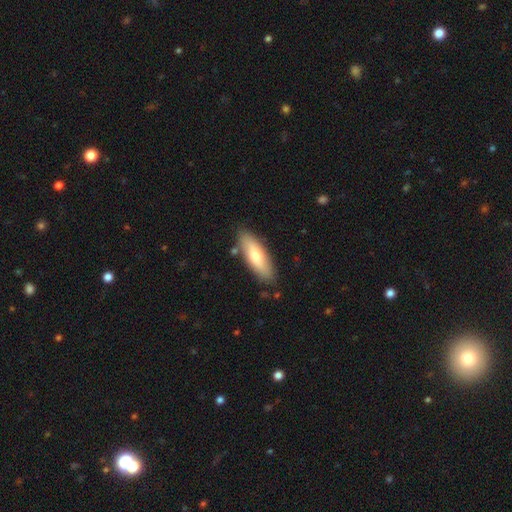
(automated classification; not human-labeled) The model was most divided on "how rounded": in between: 54%, cigar-shaped: 44%, round: 2%. More confident: merging — none (84%); smooth or featured — smooth (67%).